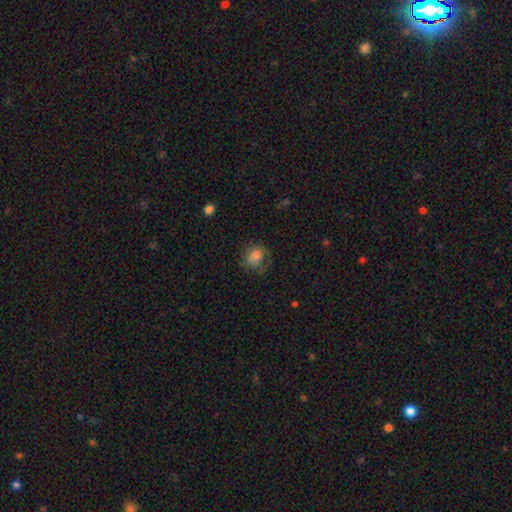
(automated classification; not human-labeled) Smooth or featured? Predicted: smooth (p=0.75). How rounded? Predicted: round (p=0.63). Merging? Predicted: none (p=0.56).